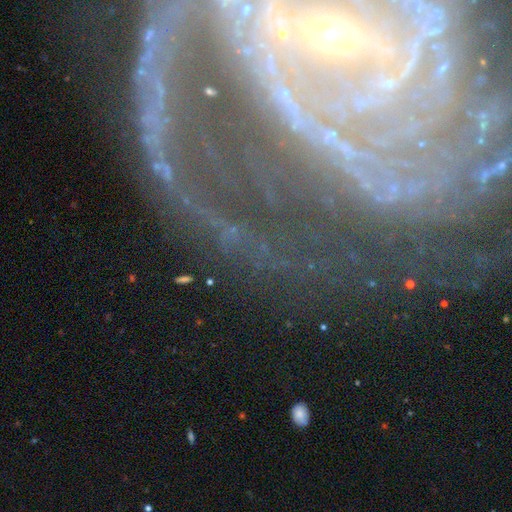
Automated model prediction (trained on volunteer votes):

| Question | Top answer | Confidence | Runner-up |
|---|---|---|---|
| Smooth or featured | featured or disk | 83% | star or artifact (11%) |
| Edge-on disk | no | 94% | yes (6%) |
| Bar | strong | 46% | no (28%) |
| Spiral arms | yes | 93% | no (7%) |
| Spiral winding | tight | 56% | medium (31%) |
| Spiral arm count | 2 | 29% | can't tell (23%) |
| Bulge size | small | 75% | moderate (16%) |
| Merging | none | 64% | major disturbance (17%) |